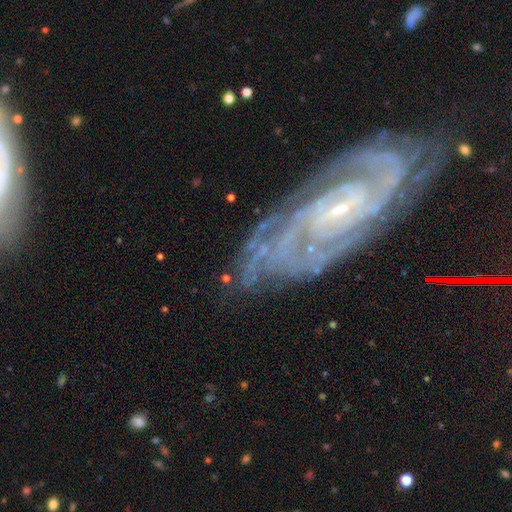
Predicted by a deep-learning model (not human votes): Overall: featured or disk (85%). Edge-on disk: no (94%). Bar: weak (45%; no 29%). Spiral arms: yes (94%). Spiral arm count: 2 (31%; can't tell 30%). Spiral winding: tight (65%; medium 28%). Bulge size: small (69%). Merging: none (65%).